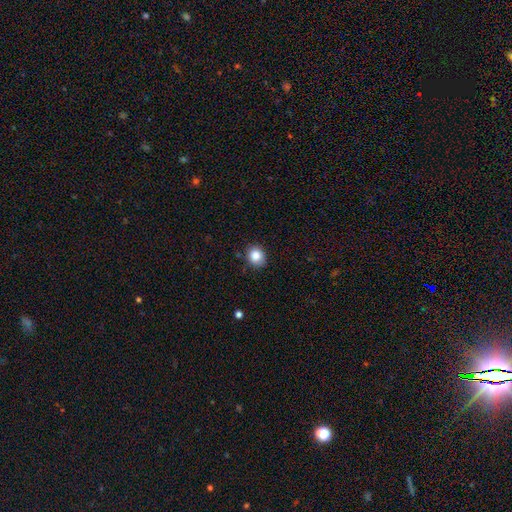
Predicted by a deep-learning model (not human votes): smooth 85%, star or artifact 10%, featured or disk 5%. Down the decision tree: how rounded — round (72%); merging — none (83%).